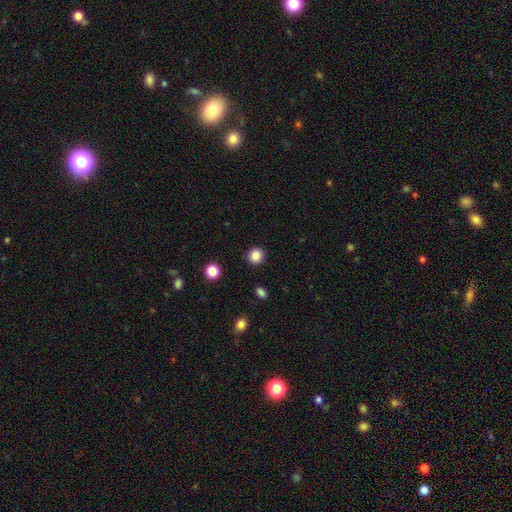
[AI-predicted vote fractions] A smooth galaxy with no disk features (86%) that is round (92%). Merging: none (92%).